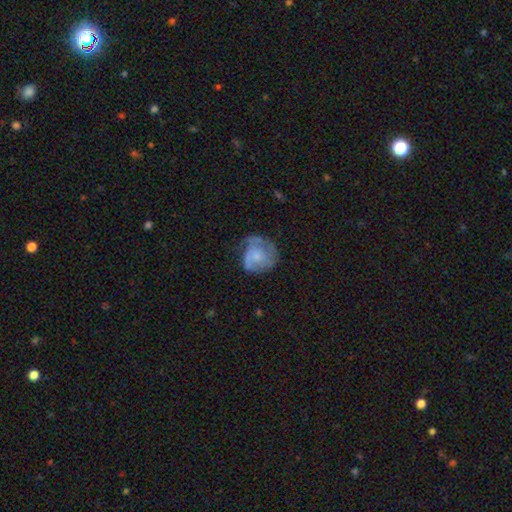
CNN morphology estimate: The model was most divided on "smooth or featured": featured or disk: 50%, smooth: 42%, star or artifact: 8%. Remaining: edge-on disk — no (98%); merging — none (46%).